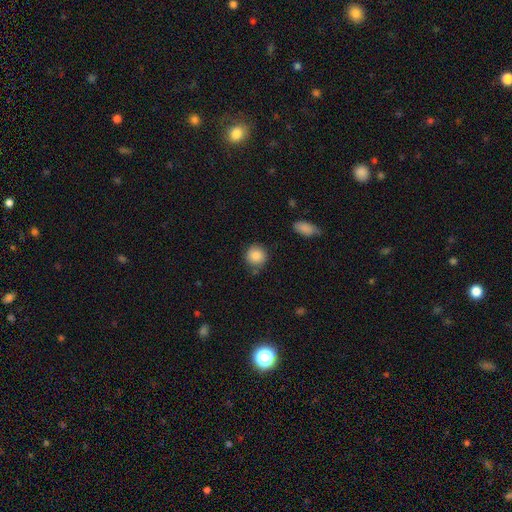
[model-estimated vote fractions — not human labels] Q: Smooth or featured?
A: smooth (88%); runner-up: star or artifact (8%)
Q: How rounded?
A: round (90%); runner-up: in between (9%)
Q: Merging?
A: none (80%); runner-up: minor disturbance (13%)